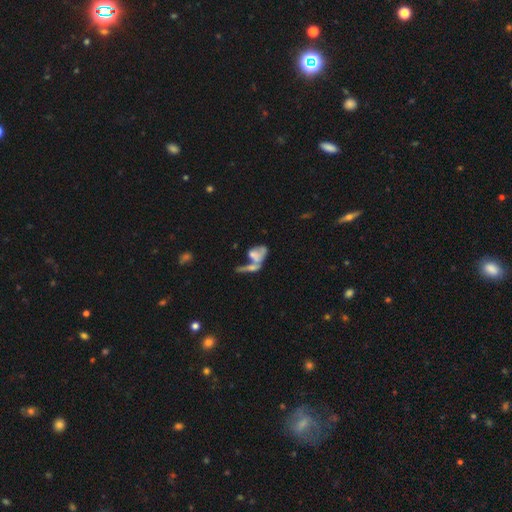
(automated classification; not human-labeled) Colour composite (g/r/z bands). It shows a smooth galaxy with no disk features (48%). Merging: merger (60%).